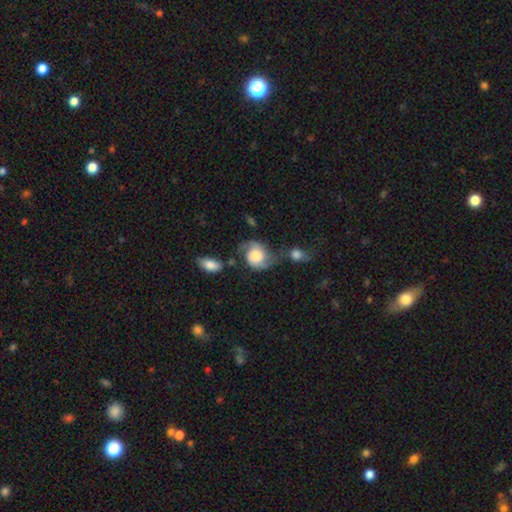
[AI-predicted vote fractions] Smooth or featured? featured or disk (75%)
Edge-on disk? no (98%)
Bar? no (73%)
Spiral arms? yes (94%)
Spiral winding? medium (47%)
Spiral arm count? 2 (91%)
Bulge size? large (48%)
Merging? none (45%)